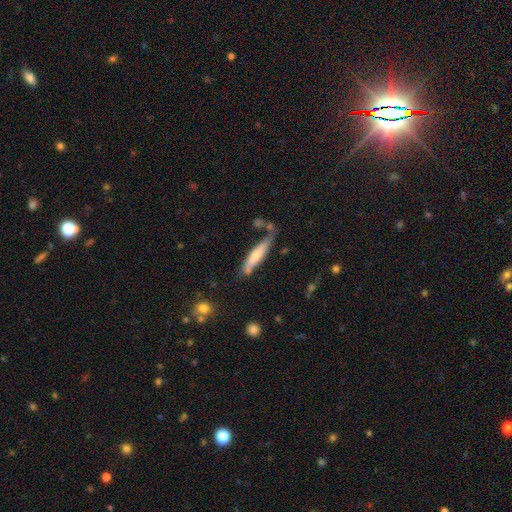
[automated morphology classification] smooth-or-featured: smooth: 60% | featured or disk: 34% | star or artifact: 6%
  how-rounded: cigar-shaped: 86% | in between: 13% | round: 2%
  merging: none: 56% | minor disturbance: 25% | merger: 11% | major disturbance: 8%